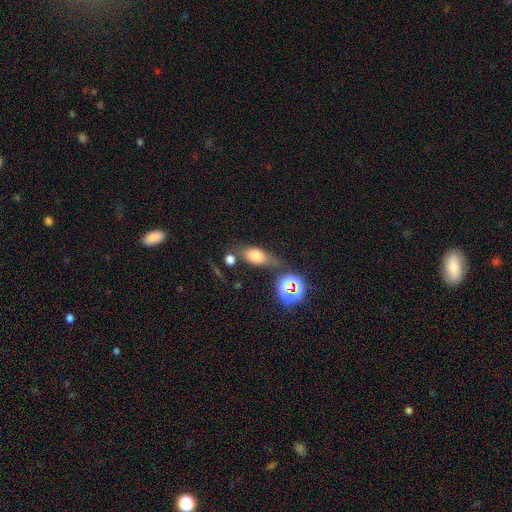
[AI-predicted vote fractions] This appears to be a smooth galaxy with no disk features (67%) that is in between round and cigar-shaped (74%). Merging: none (52%).